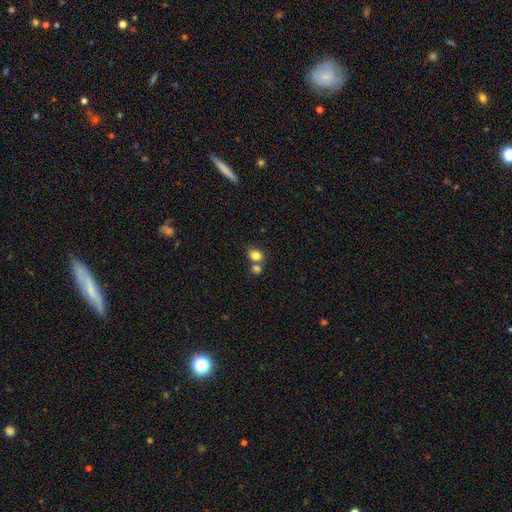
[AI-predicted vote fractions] This is clearly a smooth galaxy (82%). How rounded: possibly round (52%). Merging: possibly none (50%).